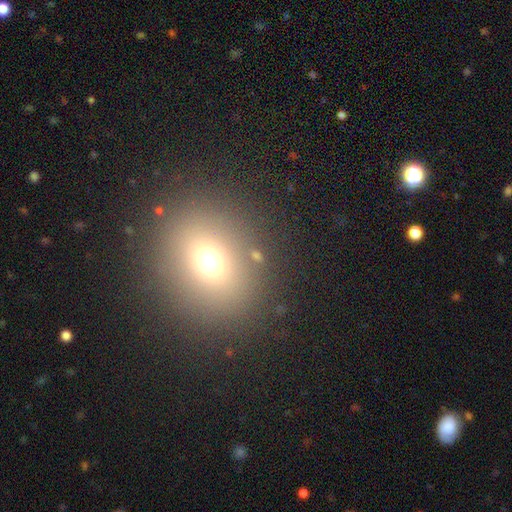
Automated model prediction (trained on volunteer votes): Morphology: type=smooth (69%); roundness=round (65%); merging=none (86%).